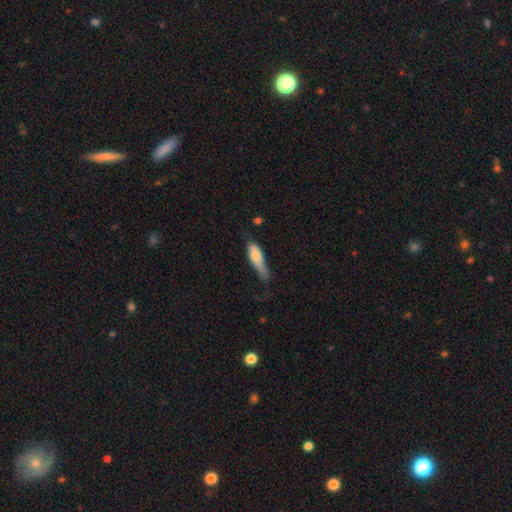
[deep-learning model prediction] Smooth or featured: smooth — 70% (featured or disk — 24%)
How rounded: cigar-shaped — 64% (in between — 34%)
Merging: none — 44% (minor disturbance — 39%)